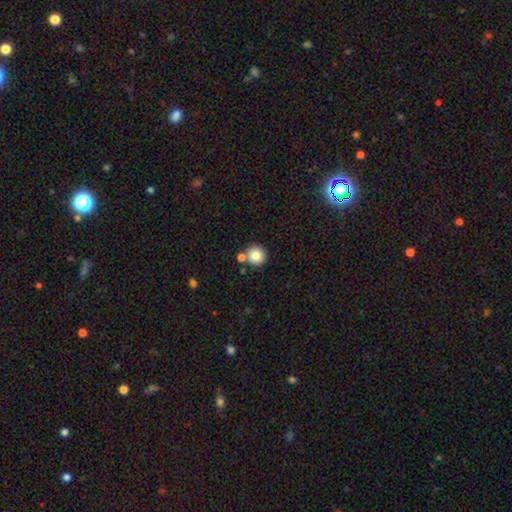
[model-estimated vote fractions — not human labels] Morphology: type=smooth (82%); roundness=round (94%); merging=none (75%).